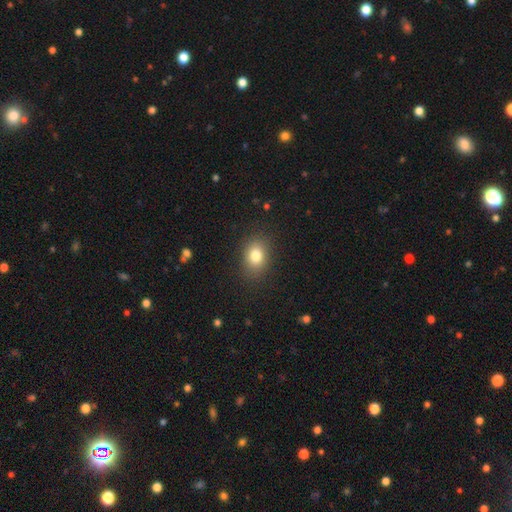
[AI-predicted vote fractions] Smooth or featured? smooth (81%)
How rounded? in between (61%)
Merging? none (86%)